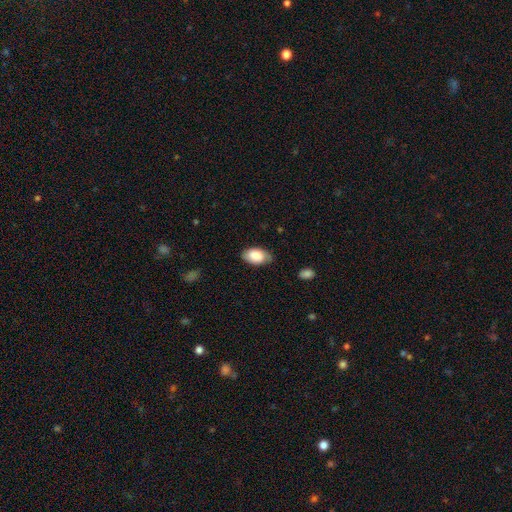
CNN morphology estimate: smooth_or_featured: smooth (p=0.80) [alt: featured or disk p=0.14]
how_rounded: in between (p=0.93) [alt: round p=0.05]
merging: none (p=0.73) [alt: minor disturbance p=0.22]